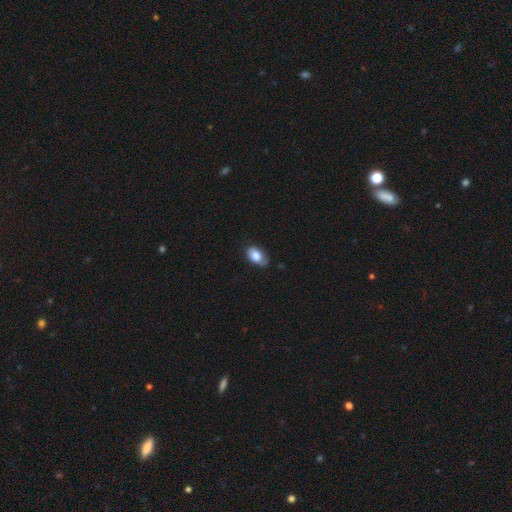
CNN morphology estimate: Smooth or featured: smooth — 83% (featured or disk — 10%)
How rounded: in between — 88% (round — 11%)
Merging: none — 75% (minor disturbance — 20%)